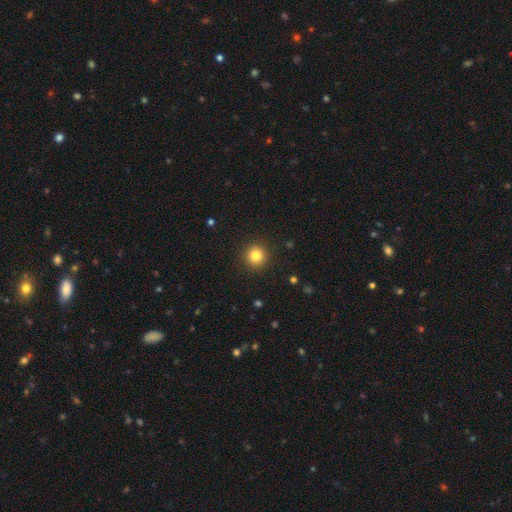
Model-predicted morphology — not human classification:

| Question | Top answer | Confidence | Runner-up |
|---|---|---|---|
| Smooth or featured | smooth | 82% | star or artifact (12%) |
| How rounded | round | 95% | in between (4%) |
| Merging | none | 92% | minor disturbance (5%) |